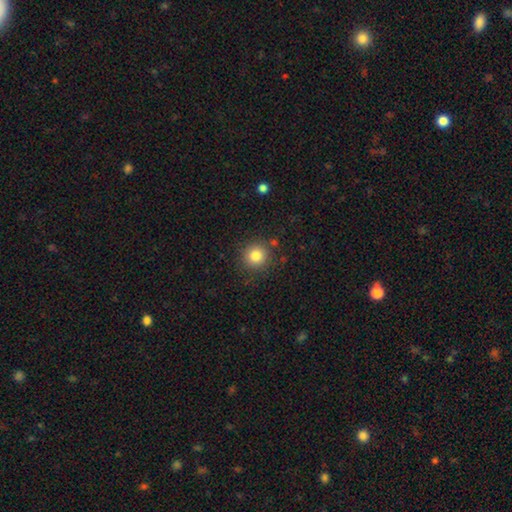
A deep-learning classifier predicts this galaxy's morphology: Smooth or featured? Predicted: smooth (p=0.82). How rounded? Predicted: round (p=0.93). Merging? Predicted: none (p=0.87).